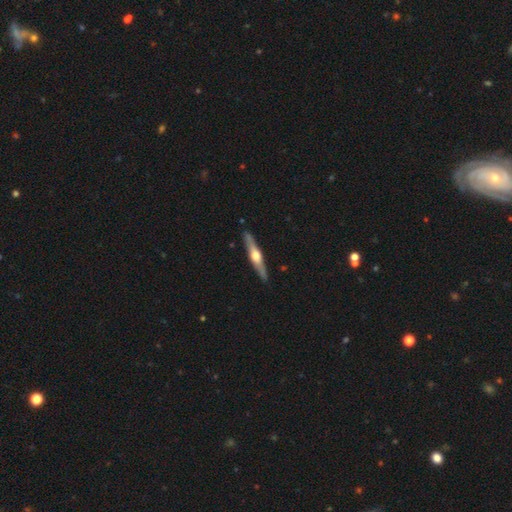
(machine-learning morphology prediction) Smooth or featured?
  - featured or disk: 68% *
  - smooth: 28%
  - star or artifact: 5%
Edge-on disk?
  - yes: 97% *
  - no: 3%
Edge-on bulge?
  - rounded: 93% *
  - boxy: 4%
  - none: 3%
Merging?
  - none: 90% *
  - minor disturbance: 7%
  - major disturbance: 1%
  - merger: 1%